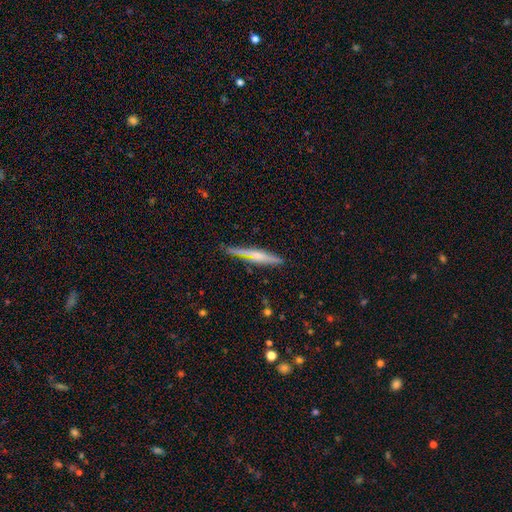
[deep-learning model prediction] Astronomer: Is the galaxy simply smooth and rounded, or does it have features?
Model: featured or disk — 58% (runner-up: smooth, 35%).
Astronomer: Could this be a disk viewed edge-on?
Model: yes — 96%.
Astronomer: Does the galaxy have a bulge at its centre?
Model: rounded — 56%.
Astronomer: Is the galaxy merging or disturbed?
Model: none — 82%.